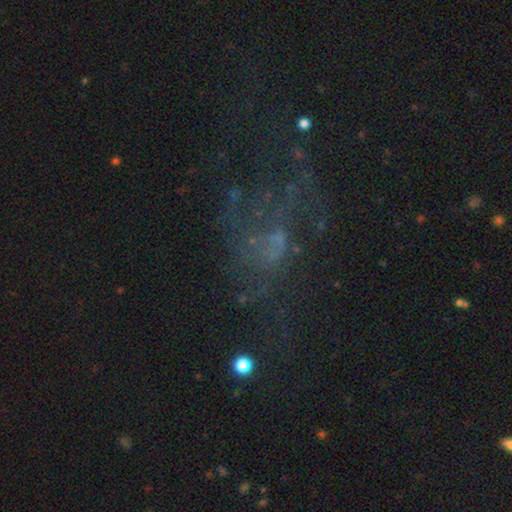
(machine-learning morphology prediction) Smooth or featured? Predicted: featured or disk (p=0.48). Merging? Predicted: major disturbance (p=0.41).